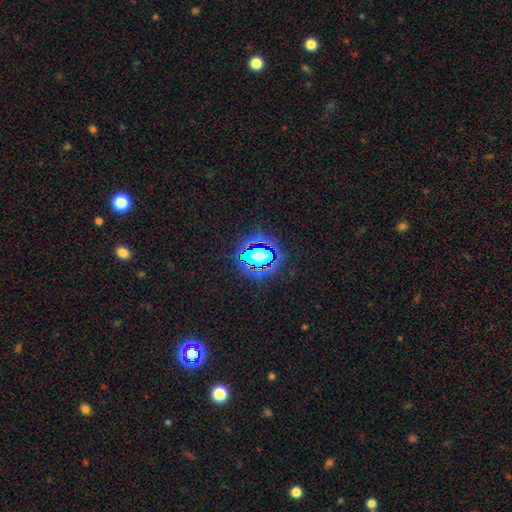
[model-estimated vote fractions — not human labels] smooth_or_featured: star or artifact (p=0.55) [alt: smooth p=0.30]